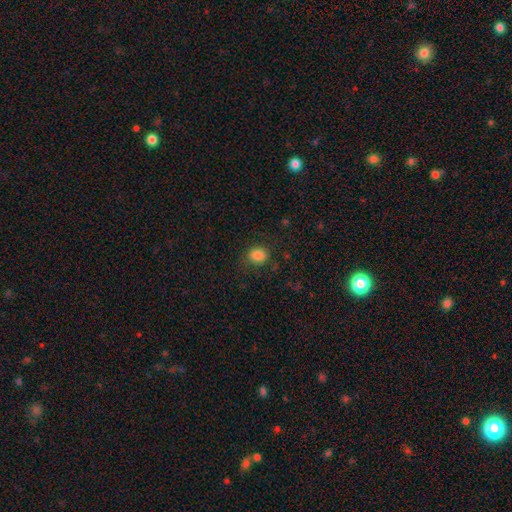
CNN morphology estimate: Overall: smooth (80%). How rounded: round (75%). Merging: none (83%).